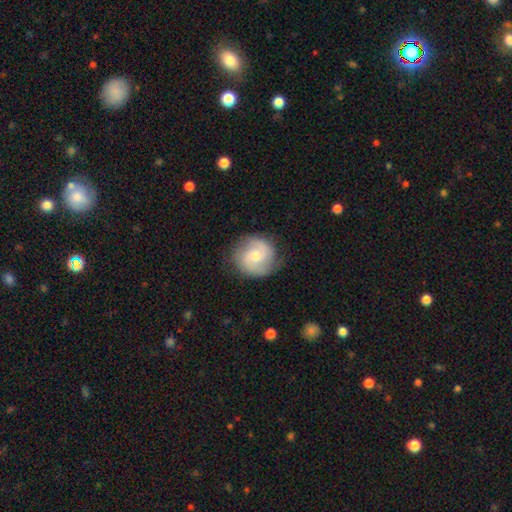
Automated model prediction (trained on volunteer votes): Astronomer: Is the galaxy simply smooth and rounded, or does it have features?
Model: featured or disk — 66%.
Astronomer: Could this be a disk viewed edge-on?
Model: no — 98%.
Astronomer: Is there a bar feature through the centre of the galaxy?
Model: no — 58% (runner-up: weak, 36%).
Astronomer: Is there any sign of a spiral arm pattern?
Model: yes — 92%.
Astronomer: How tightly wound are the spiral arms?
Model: medium — 47% (runner-up: tight, 34%).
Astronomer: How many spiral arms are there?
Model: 2 — 81%.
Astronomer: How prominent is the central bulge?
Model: moderate — 49% (runner-up: small, 45%).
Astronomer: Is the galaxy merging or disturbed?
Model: none — 80%.